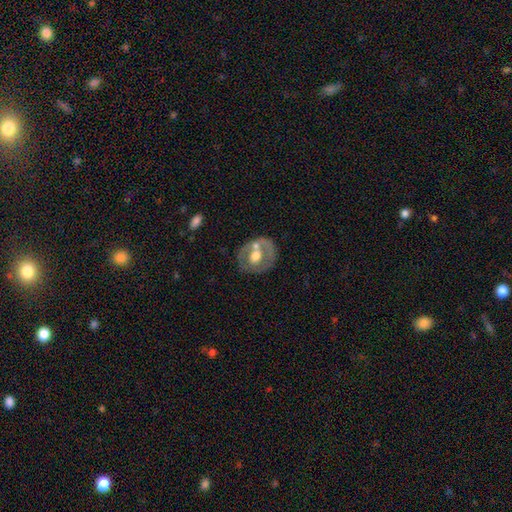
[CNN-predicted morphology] Overall: featured or disk (55%; smooth 39%). Edge-on disk: no (95%). Bar: no (74%). Spiral arms: no (81%). Bulge size: moderate (67%). Merging: none (54%; merger 19%).